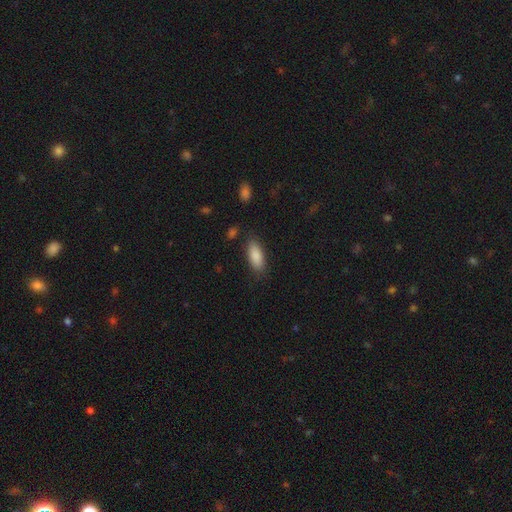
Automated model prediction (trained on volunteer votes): Smooth or featured? smooth (88%)
How rounded? in between (80%)
Merging? none (83%)